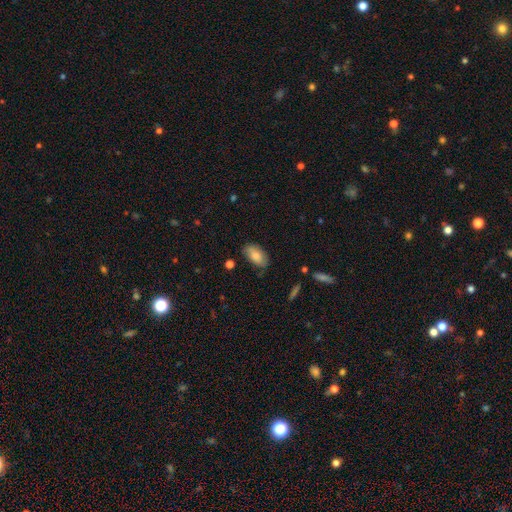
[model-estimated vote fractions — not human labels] The model was most divided on "merging": none: 75%, minor disturbance: 20%, major disturbance: 4%, merger: 2%. More confident: how rounded — in between (93%); smooth or featured — smooth (76%).